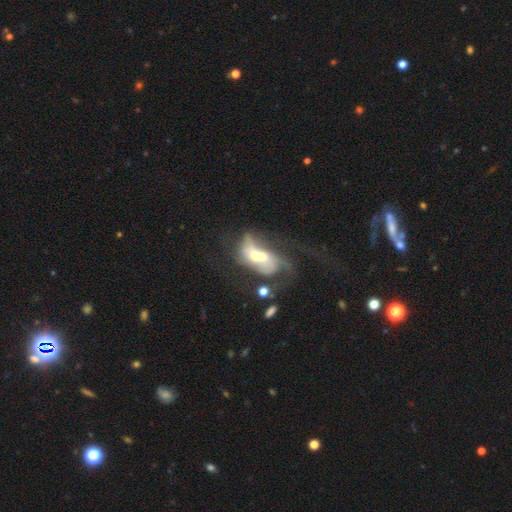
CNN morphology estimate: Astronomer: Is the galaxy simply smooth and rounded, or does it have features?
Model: featured or disk — 62%.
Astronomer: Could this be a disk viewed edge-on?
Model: no — 94%.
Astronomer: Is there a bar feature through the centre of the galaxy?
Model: no — 70%.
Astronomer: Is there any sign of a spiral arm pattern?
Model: no — 51% (runner-up: yes, 49%).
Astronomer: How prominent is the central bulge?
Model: moderate — 58%.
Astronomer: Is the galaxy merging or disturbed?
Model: merger — 53%.